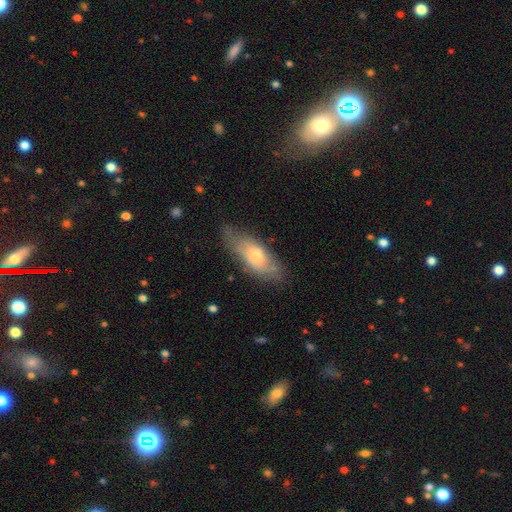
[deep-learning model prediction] This appears to be a smooth galaxy with no disk features (52%) that is in between round and cigar-shaped (71%). Merging: none (67%).